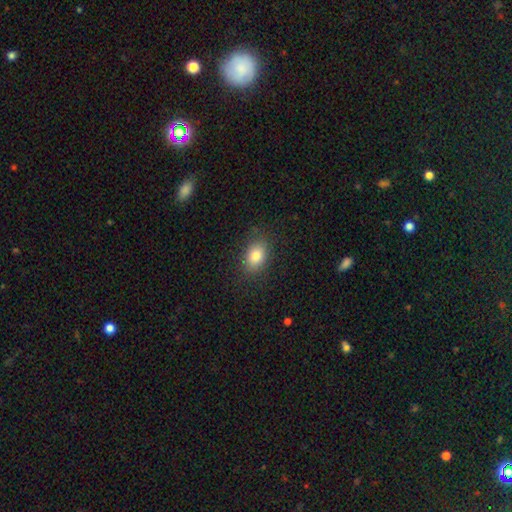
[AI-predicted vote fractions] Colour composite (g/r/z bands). It shows a smooth galaxy with no disk features (81%) that is in between round and cigar-shaped (78%). Merging: none (84%).